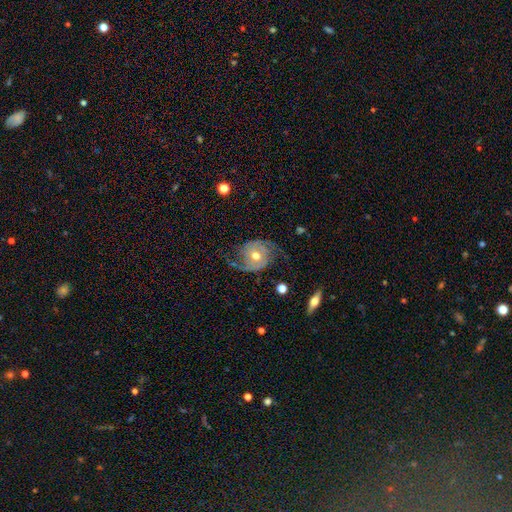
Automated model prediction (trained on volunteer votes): featured or disk 78%, smooth 15%, star or artifact 7%. Down the decision tree: edge-on disk — no (97%); bar — no (71%); spiral arms — yes (91%); spiral arm count — 2 (88%); spiral winding — loose (41%); bulge size — moderate (76%); merging — none (63%).